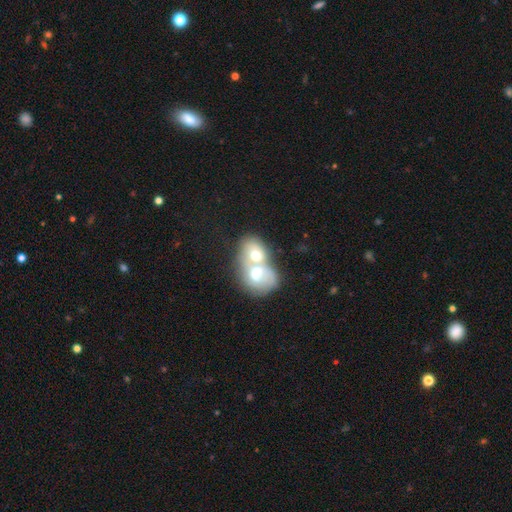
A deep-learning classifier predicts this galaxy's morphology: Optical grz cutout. It shows a smooth galaxy with no disk features (55%) that is in between round and cigar-shaped (56%). Merging: merger (81%).